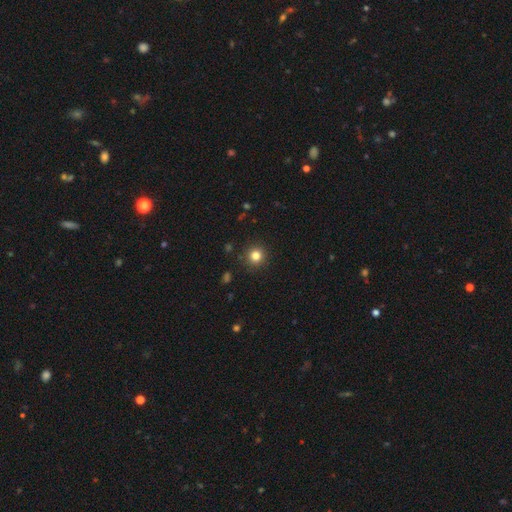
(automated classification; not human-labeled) The model was most divided on "smooth or featured": smooth: 82%, star or artifact: 13%, featured or disk: 6%. More confident: how rounded — round (94%); merging — none (91%).